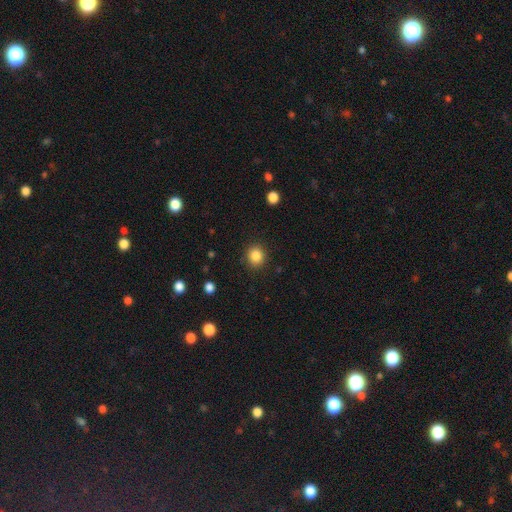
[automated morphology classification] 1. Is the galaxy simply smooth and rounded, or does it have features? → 86% smooth, 10% star or artifact, 4% featured or disk.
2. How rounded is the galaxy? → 85% round, 14% in between, 1% cigar-shaped.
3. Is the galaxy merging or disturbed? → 90% none, 7% minor disturbance, 2% major disturbance, 1% merger.